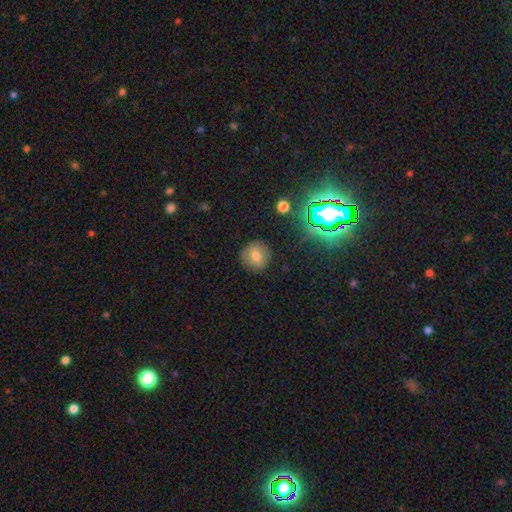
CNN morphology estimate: Smooth or featured?
  - smooth: 72% *
  - featured or disk: 15%
  - star or artifact: 13%
How rounded?
  - round: 89% *
  - in between: 9%
  - cigar-shaped: 1%
Merging?
  - none: 88% *
  - minor disturbance: 8%
  - major disturbance: 3%
  - merger: 1%